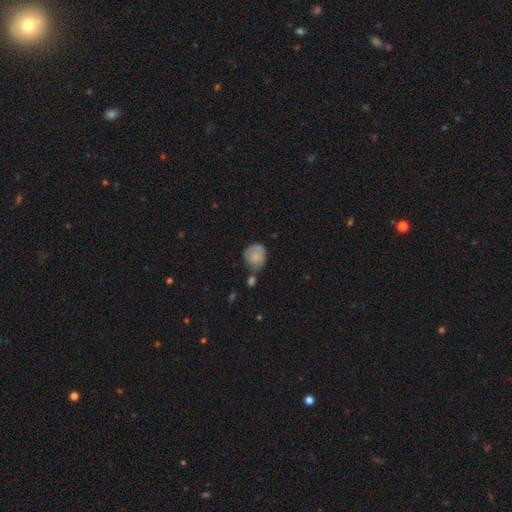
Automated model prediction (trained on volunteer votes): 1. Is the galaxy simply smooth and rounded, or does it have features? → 74% smooth, 19% featured or disk, 8% star or artifact.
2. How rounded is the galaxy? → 70% round, 29% in between, 1% cigar-shaped.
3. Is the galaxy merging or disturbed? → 45% none, 28% minor disturbance, 17% merger, 10% major disturbance.